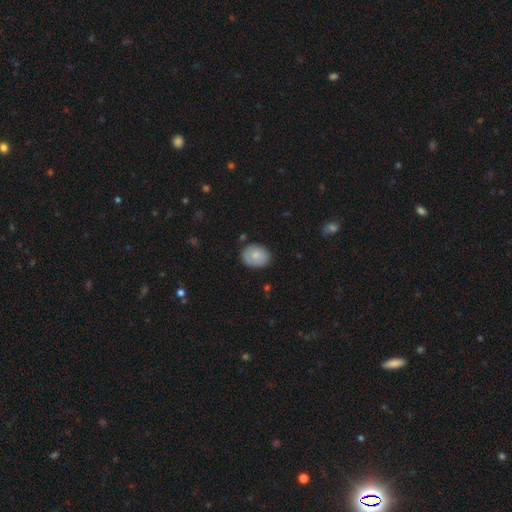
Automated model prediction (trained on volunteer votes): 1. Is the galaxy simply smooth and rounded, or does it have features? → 77% smooth, 16% featured or disk, 7% star or artifact.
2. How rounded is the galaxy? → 58% in between, 41% round, 1% cigar-shaped.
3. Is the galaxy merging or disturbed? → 78% none, 17% minor disturbance, 3% major disturbance, 2% merger.